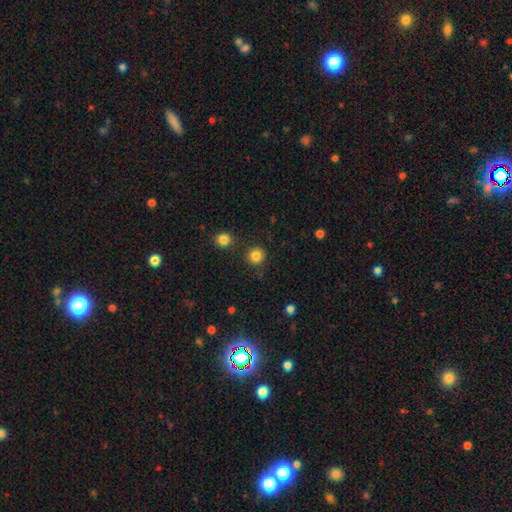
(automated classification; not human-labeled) smooth-or-featured: smooth: 84% | star or artifact: 12% | featured or disk: 4%
  how-rounded: round: 94% | in between: 6% | cigar-shaped: 1%
  merging: none: 86% | minor disturbance: 7% | merger: 4% | major disturbance: 3%